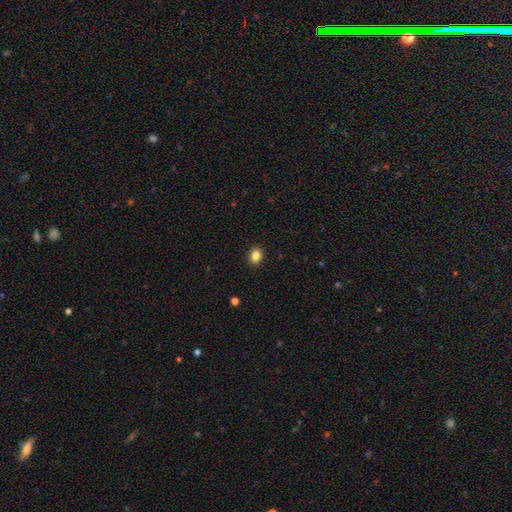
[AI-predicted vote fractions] Smooth or featured? Predicted: smooth (p=0.86). How rounded? Predicted: in between (p=0.57). Merging? Predicted: none (p=0.91).